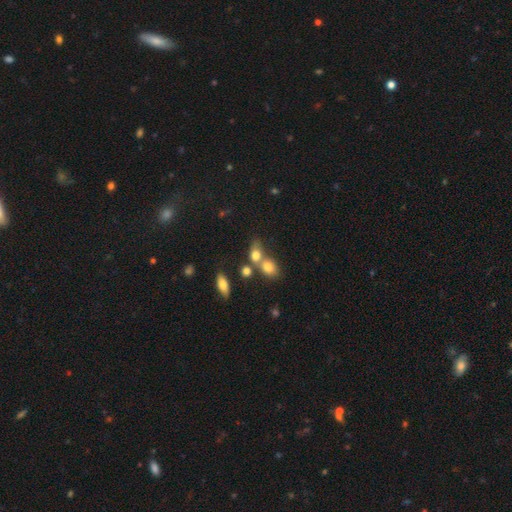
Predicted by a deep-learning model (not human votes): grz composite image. It shows a smooth galaxy with no disk features (75%) that is in between round and cigar-shaped (56%). Merging: merger (51%).